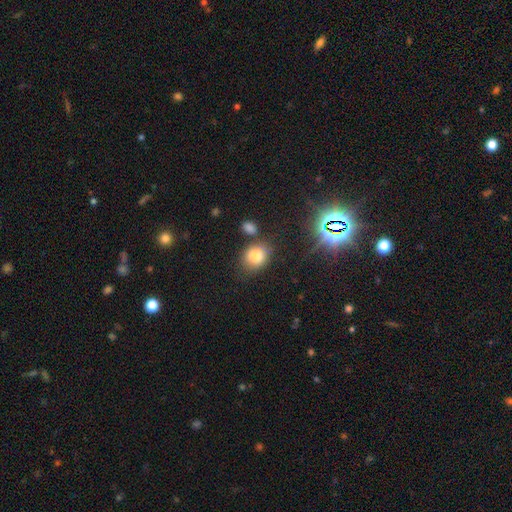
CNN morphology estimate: Overall: smooth (79%). How rounded: round (50%; in between 49%). Merging: none (67%).